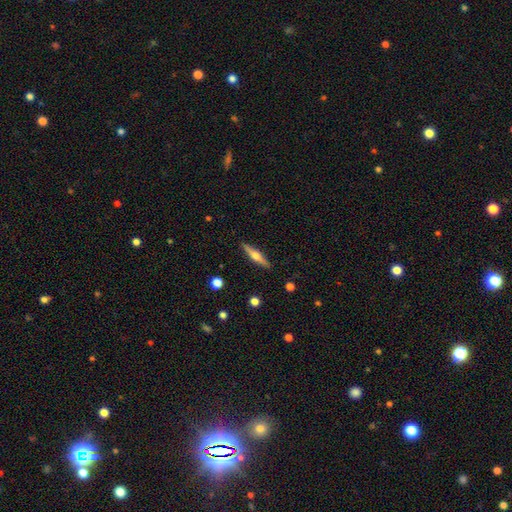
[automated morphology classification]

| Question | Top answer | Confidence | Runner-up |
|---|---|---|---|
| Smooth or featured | featured or disk | 61% | smooth (33%) |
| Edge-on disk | yes | 96% | no (4%) |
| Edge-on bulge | rounded | 93% | none (4%) |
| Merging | none | 90% | minor disturbance (7%) |